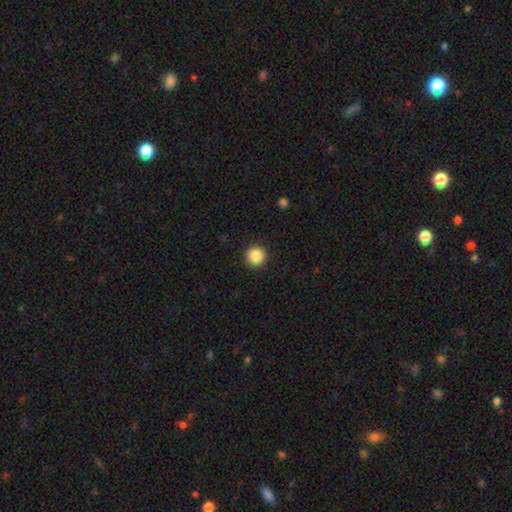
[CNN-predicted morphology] smooth-or-featured: smooth: 87% | star or artifact: 10% | featured or disk: 3%
  how-rounded: round: 96% | in between: 3% | cigar-shaped: 1%
  merging: none: 93% | minor disturbance: 5% | major disturbance: 2% | merger: 1%